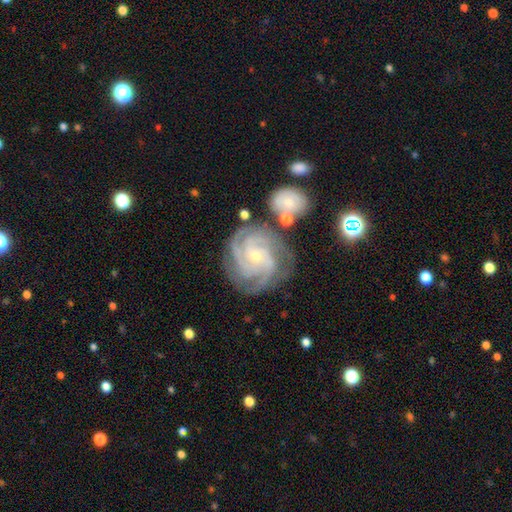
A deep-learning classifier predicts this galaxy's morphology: Smooth or featured? Predicted: featured or disk (p=0.90). Edge-on disk? Predicted: no (p=0.98). Bar? Predicted: no (p=0.67). Spiral arms? Predicted: yes (p=0.98). Spiral winding? Predicted: tight (p=0.69). Spiral arm count? Predicted: 4 (p=0.42). Bulge size? Predicted: small (p=0.71). Merging? Predicted: none (p=0.73).